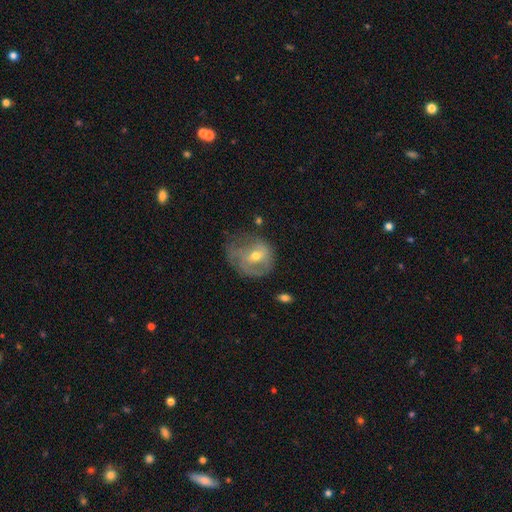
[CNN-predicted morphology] featured or disk 54%, smooth 37%, star or artifact 9%. Down the decision tree: edge-on disk — no (96%); bar — no (54%); spiral arms — yes (50%, tied with no); bulge size — moderate (57%); merging — none (37%).